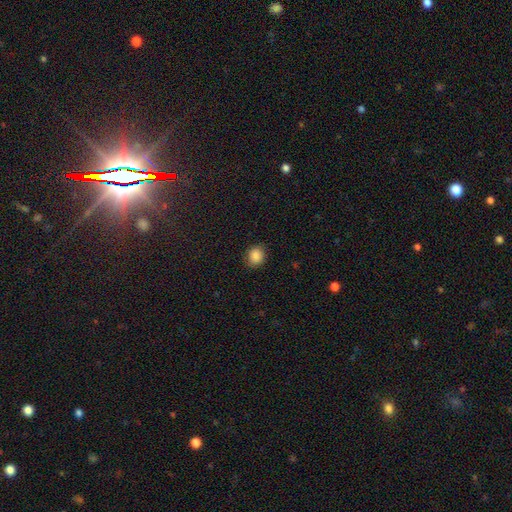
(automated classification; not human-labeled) Q: Smooth or featured?
A: smooth (86%); runner-up: star or artifact (9%)
Q: How rounded?
A: round (70%); runner-up: in between (29%)
Q: Merging?
A: none (85%); runner-up: minor disturbance (11%)